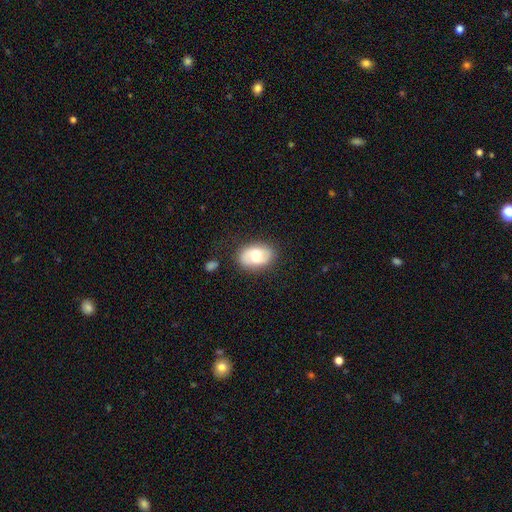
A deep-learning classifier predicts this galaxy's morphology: smooth 49%, featured or disk 44%, star or artifact 7%. Down the decision tree: merging — none (79%).